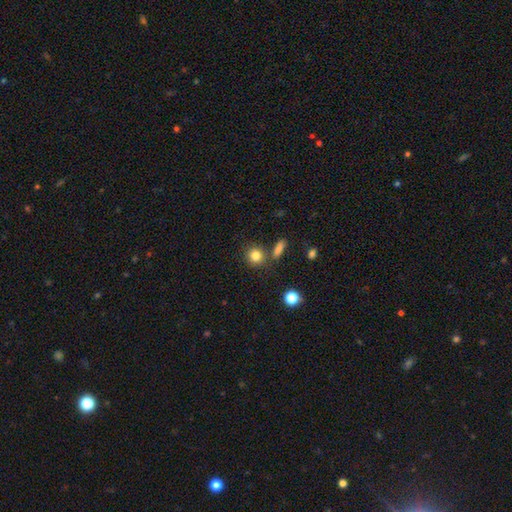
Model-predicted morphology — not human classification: type=smooth (82%); roundness=round (85%); merging=none (76%).